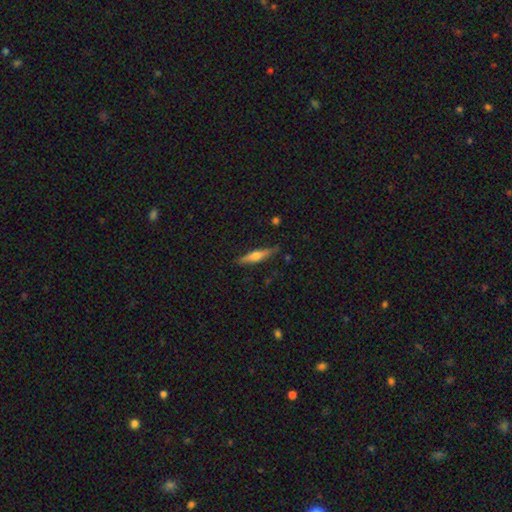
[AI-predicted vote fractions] Smooth or featured: smooth — 48% (featured or disk — 46%)
Merging: none — 83% (minor disturbance — 13%)